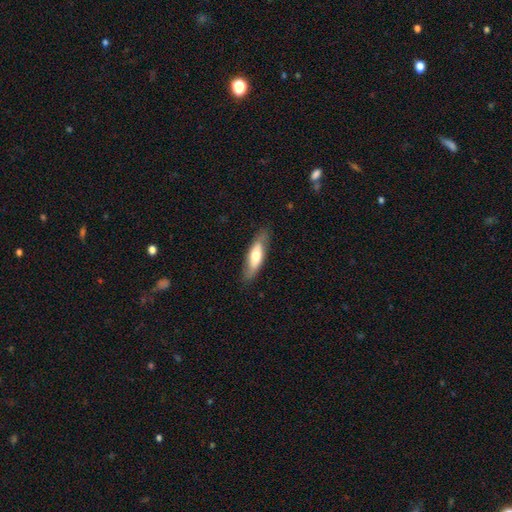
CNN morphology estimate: Smooth or featured? smooth (58%)
How rounded? cigar-shaped (52%)
Merging? none (81%)